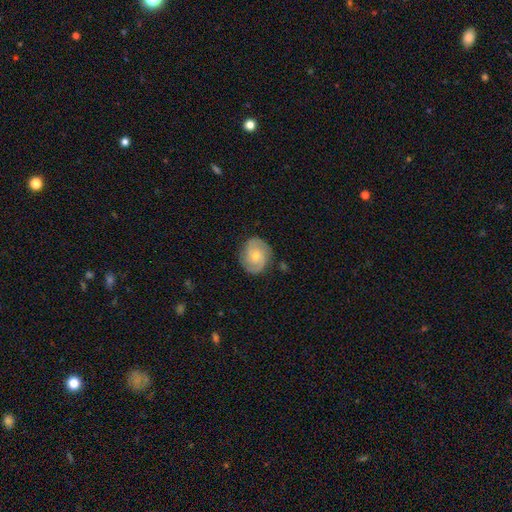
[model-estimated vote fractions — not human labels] Overall: featured or disk (72%). Edge-on disk: no (97%). Bar: no (72%). Spiral arms: yes (93%). Spiral arm count: 2 (71%). Spiral winding: tight (53%; medium 37%). Bulge size: small (54%; moderate 43%). Merging: none (83%).